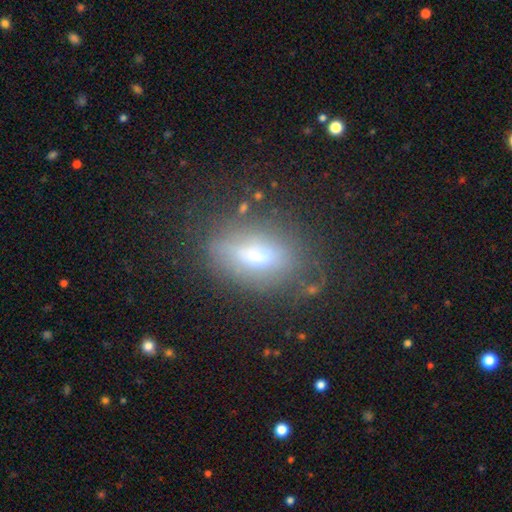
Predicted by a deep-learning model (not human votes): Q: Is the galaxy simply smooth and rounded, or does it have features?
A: smooth — 51%.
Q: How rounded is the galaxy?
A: in between — 81%.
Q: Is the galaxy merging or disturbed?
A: none — 60%.